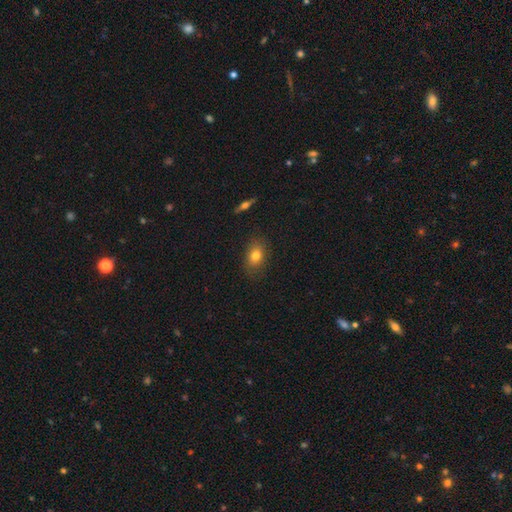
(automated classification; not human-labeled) A smooth galaxy with no disk features (77%) that is in between round and cigar-shaped (73%).

Vote fractions:
- Smooth or featured? smooth: 77% / featured or disk: 12% / star or artifact: 10%
- How rounded? in between: 73% / round: 24% / cigar-shaped: 2%
- Merging? none: 82% / minor disturbance: 13% / major disturbance: 3% / merger: 1%